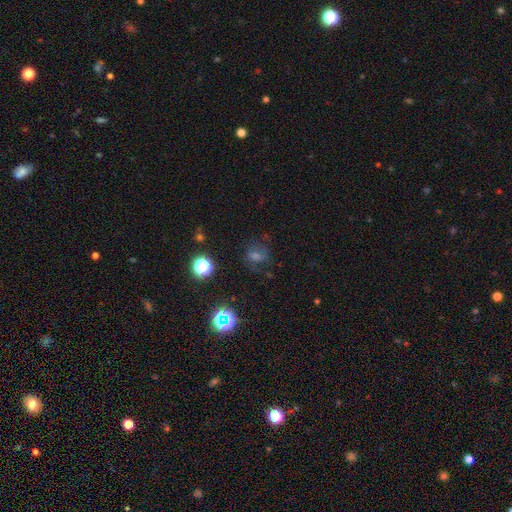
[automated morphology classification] This appears to be a smooth galaxy with no disk features (39%). Merging: none (68%).